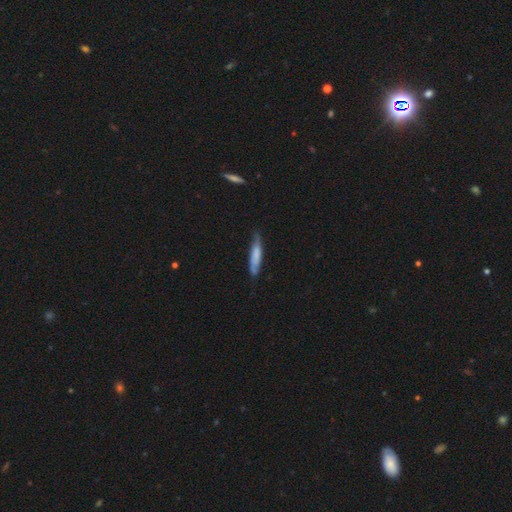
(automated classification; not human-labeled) Smooth or featured? Predicted: smooth (p=0.66). How rounded? Predicted: cigar-shaped (p=0.82). Merging? Predicted: none (p=0.65).